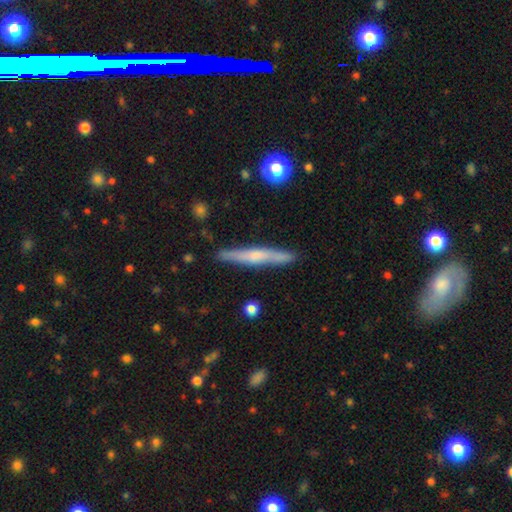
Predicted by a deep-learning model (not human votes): A featured or disk galaxy (59%) viewed edge-on (96%) with a rounded central bulge (63%). Merging: none (88%).